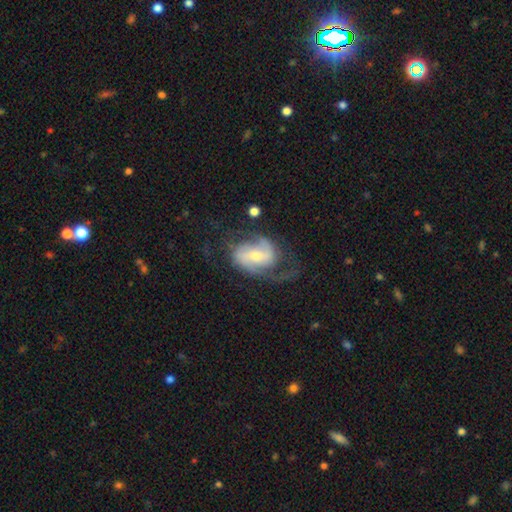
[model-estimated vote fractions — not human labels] smooth-or-featured: featured or disk: 80% | smooth: 14% | star or artifact: 6%
  disk-edge-on: no: 97% | yes: 3%
    bar: weak: 45% | no: 31% | strong: 24%
    has-spiral-arms: yes: 92% | no: 8%
      spiral-winding: medium: 46% | loose: 34% | tight: 21%
      spiral-arm-count: 2: 70% | can't tell: 12% | 1: 8% | 3: 6% | 4: 2% | more than 4: 2%
    bulge-size: moderate: 51% | small: 43% | large: 4% | none: 2% | dominant: 1%
  merging: none: 51% | major disturbance: 26% | minor disturbance: 20% | merger: 2%